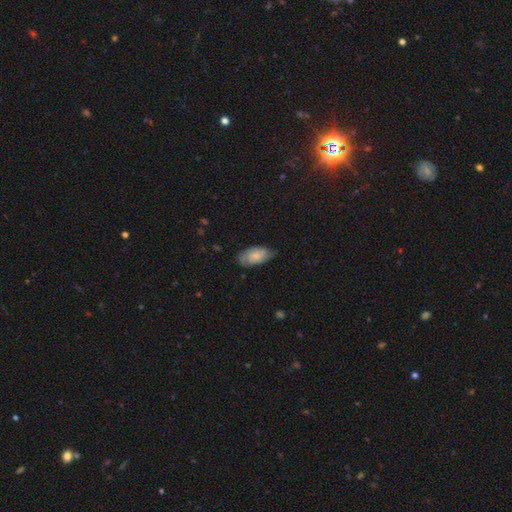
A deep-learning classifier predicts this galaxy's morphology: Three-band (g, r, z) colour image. It shows a smooth galaxy with no disk features (56%) that is in between round and cigar-shaped (92%). Merging: none (67%).